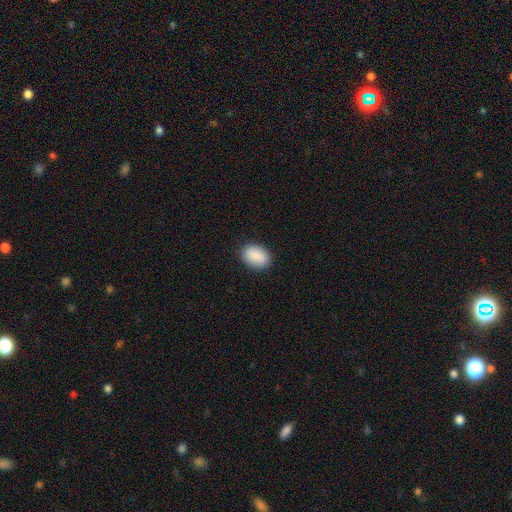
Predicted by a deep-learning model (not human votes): A smooth galaxy with no disk features (90%) that is in between round and cigar-shaped (82%).

Vote fractions:
- Smooth or featured? smooth: 90% / star or artifact: 6% / featured or disk: 4%
- How rounded? in between: 82% / round: 17% / cigar-shaped: 1%
- Merging? none: 88% / minor disturbance: 9% / major disturbance: 2% / merger: 1%